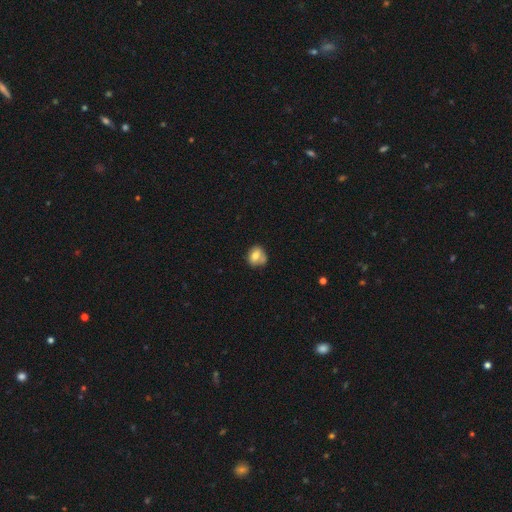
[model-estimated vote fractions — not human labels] Smooth or featured: smooth — 73% (featured or disk — 18%)
How rounded: round — 58% (in between — 41%)
Merging: none — 51% (minor disturbance — 25%)